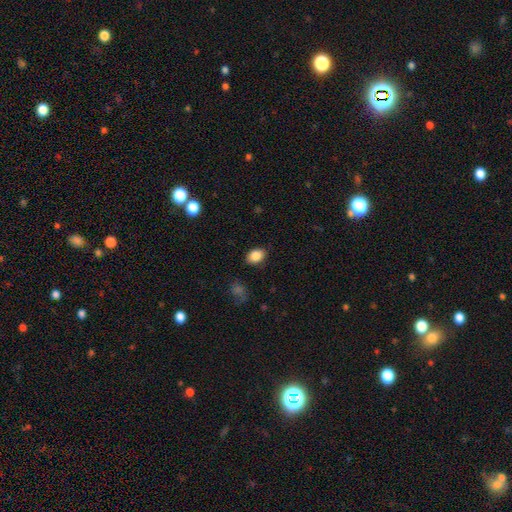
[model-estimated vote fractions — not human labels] A smooth galaxy with no disk features (87%) that is in between round and cigar-shaped (75%). Merging: none (84%).